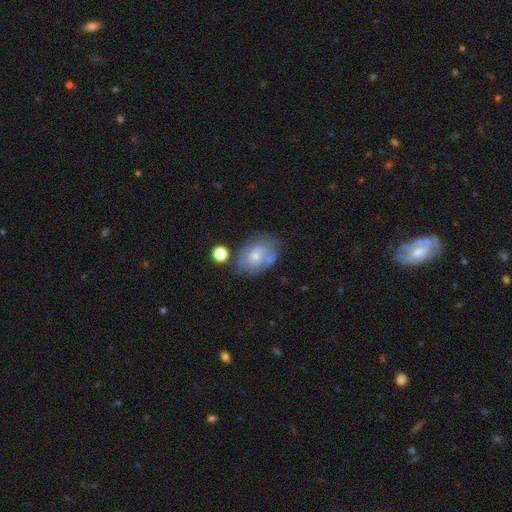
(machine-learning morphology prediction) Overall: featured or disk (60%; smooth 31%). Edge-on disk: no (96%). Bar: no (79%). Spiral arms: yes (58%; no 42%). Bulge size: small (53%; moderate 40%). Merging: none (49%; minor disturbance 24%).